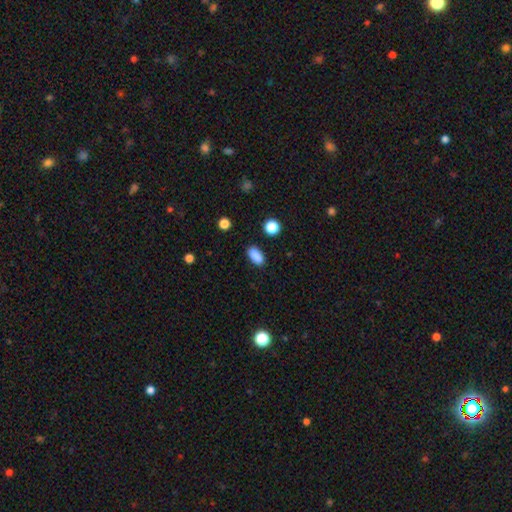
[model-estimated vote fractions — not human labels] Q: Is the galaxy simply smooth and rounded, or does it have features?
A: smooth — 88%.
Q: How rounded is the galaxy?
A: in between — 86%.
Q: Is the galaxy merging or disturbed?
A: none — 87%.